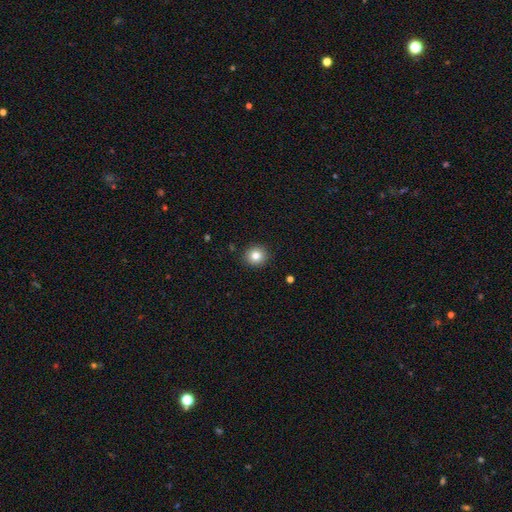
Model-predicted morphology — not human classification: smooth-or-featured: smooth: 82% | star or artifact: 10% | featured or disk: 7%
  how-rounded: round: 91% | in between: 8% | cigar-shaped: 1%
  merging: none: 91% | minor disturbance: 6% | major disturbance: 2% | merger: 1%